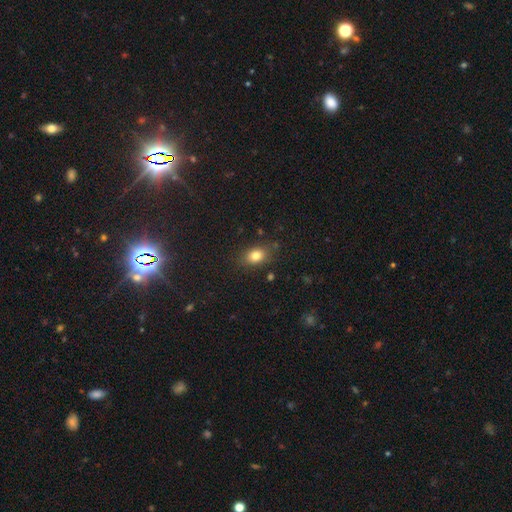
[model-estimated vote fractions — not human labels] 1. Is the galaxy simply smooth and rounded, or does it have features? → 81% smooth, 11% star or artifact, 8% featured or disk.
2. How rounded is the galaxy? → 75% in between, 23% round, 2% cigar-shaped.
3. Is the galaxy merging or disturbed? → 81% none, 14% minor disturbance, 3% major disturbance, 2% merger.